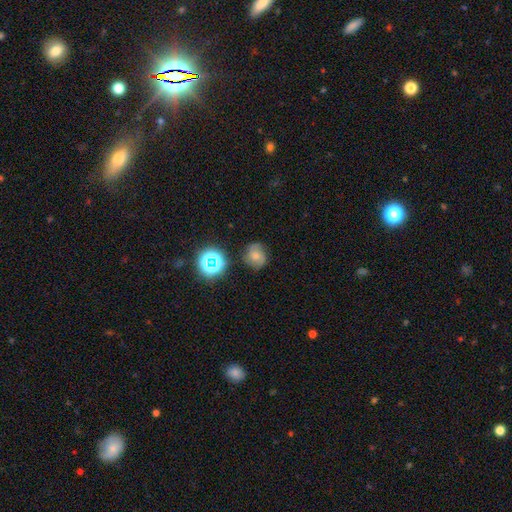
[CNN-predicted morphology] A smooth galaxy with no disk features (47%).

Vote fractions:
- Smooth or featured? smooth: 47% / featured or disk: 35% / star or artifact: 18%
- Merging? none: 73% / minor disturbance: 19% / major disturbance: 6% / merger: 3%